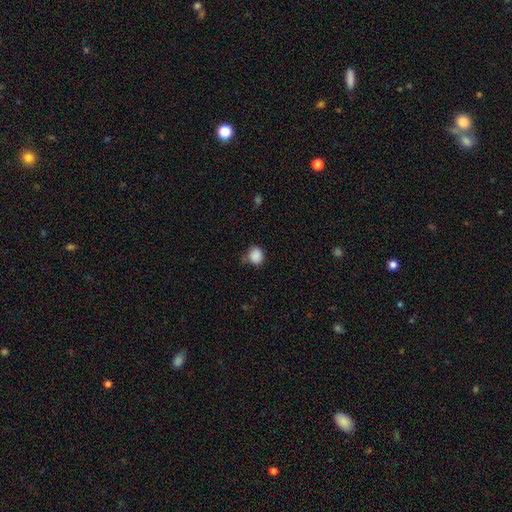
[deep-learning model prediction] Smooth or featured? Predicted: smooth (p=0.88). How rounded? Predicted: round (p=0.74). Merging? Predicted: none (p=0.67).